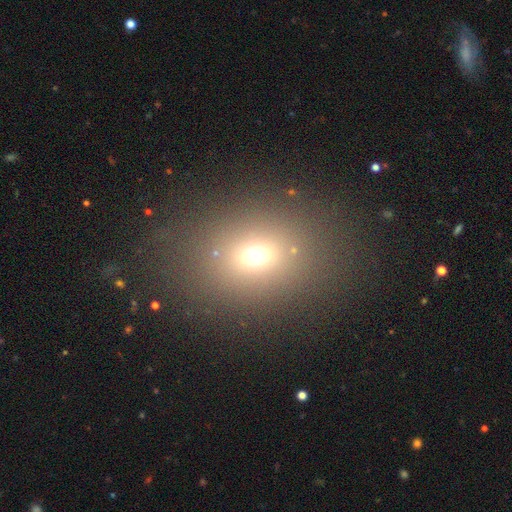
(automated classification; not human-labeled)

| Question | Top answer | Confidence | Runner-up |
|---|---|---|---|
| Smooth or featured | smooth | 66% | star or artifact (22%) |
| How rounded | in between | 52% | round (46%) |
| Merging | none | 78% | minor disturbance (11%) |